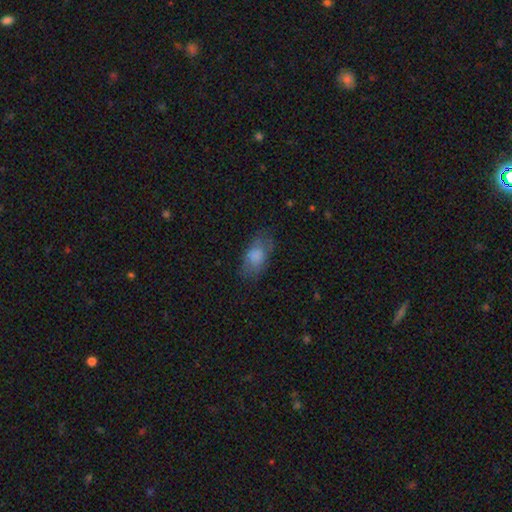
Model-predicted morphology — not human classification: type=smooth (75%); roundness=in between (88%); merging=none (63%).